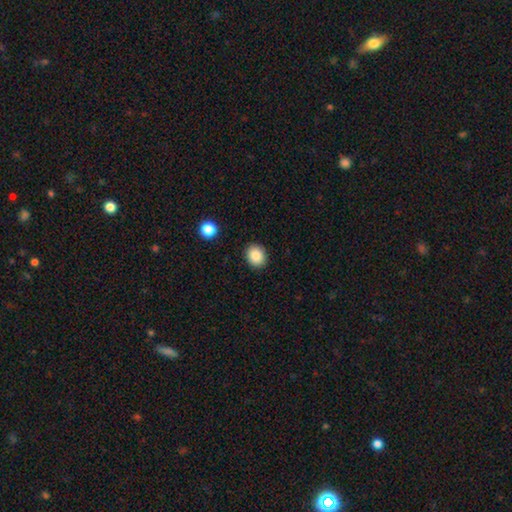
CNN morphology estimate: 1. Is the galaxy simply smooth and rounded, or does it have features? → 87% smooth, 9% star or artifact, 4% featured or disk.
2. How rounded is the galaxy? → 62% round, 37% in between, 1% cigar-shaped.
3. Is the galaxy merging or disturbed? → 90% none, 7% minor disturbance, 2% major disturbance, 1% merger.